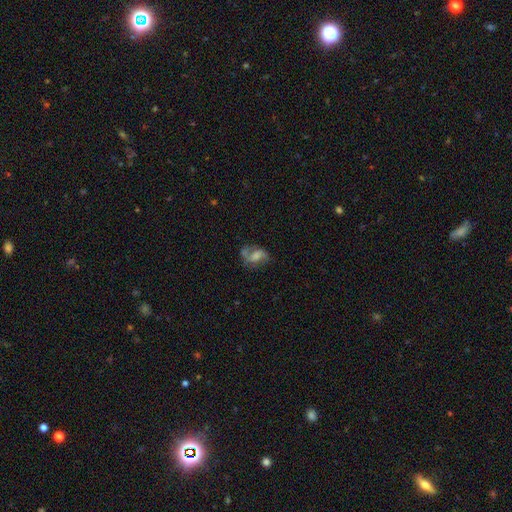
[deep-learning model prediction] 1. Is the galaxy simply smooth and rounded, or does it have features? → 54% featured or disk, 36% smooth, 10% star or artifact.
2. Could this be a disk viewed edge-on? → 97% no, 3% yes.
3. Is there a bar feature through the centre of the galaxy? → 55% no, 35% weak, 10% strong.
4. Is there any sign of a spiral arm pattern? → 75% yes, 25% no.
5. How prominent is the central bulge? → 29% moderate, 27% none, 22% large, 20% small, 3% dominant.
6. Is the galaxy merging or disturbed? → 43% none, 25% major disturbance, 24% minor disturbance, 8% merger.